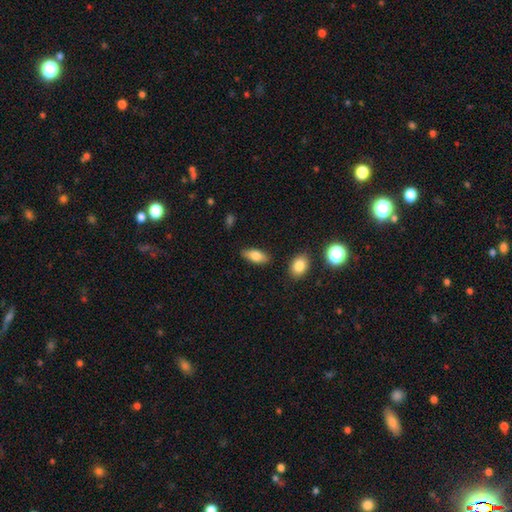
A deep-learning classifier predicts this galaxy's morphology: Smooth or featured?
  - smooth: 79% *
  - featured or disk: 14%
  - star or artifact: 7%
How rounded?
  - in between: 85% *
  - cigar-shaped: 12%
  - round: 3%
Merging?
  - none: 83% *
  - minor disturbance: 12%
  - major disturbance: 3%
  - merger: 3%